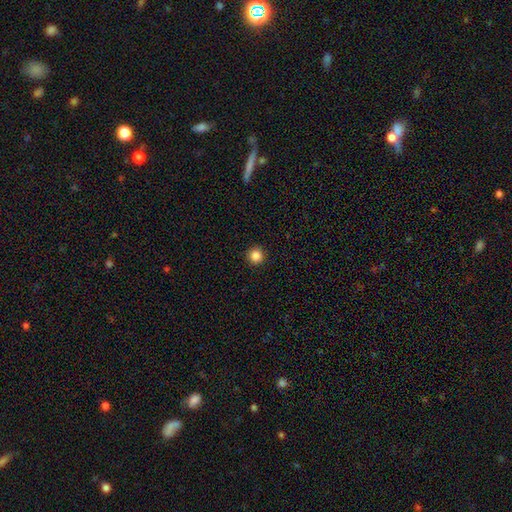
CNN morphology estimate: Q: Smooth or featured?
A: smooth (86%); runner-up: star or artifact (11%)
Q: How rounded?
A: round (96%); runner-up: in between (3%)
Q: Merging?
A: none (93%); runner-up: minor disturbance (4%)